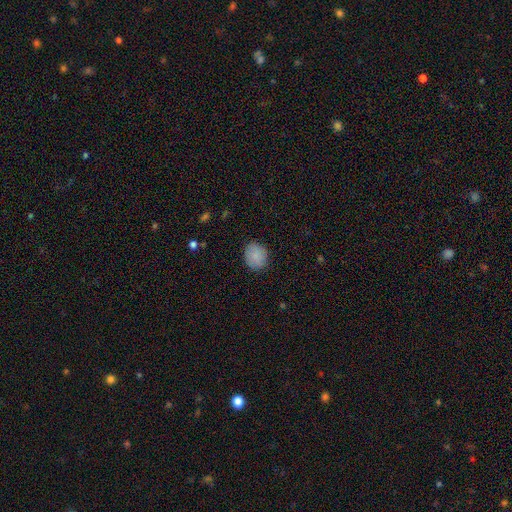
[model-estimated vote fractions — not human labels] Smooth or featured?
  - smooth: 86% *
  - star or artifact: 7%
  - featured or disk: 7%
How rounded?
  - round: 70% *
  - in between: 29%
  - cigar-shaped: 1%
Merging?
  - none: 86% *
  - minor disturbance: 11%
  - major disturbance: 3%
  - merger: 1%